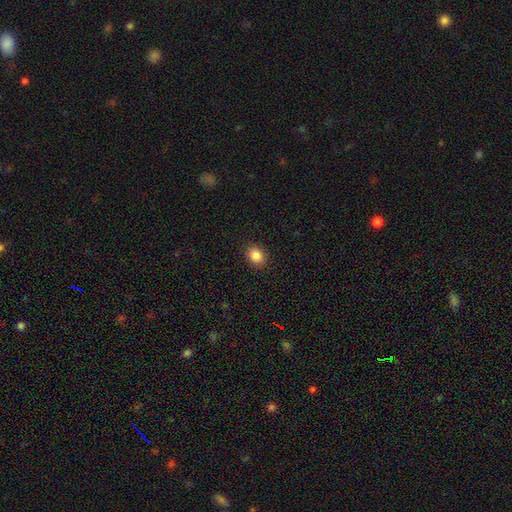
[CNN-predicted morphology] Overall: smooth (85%). How rounded: round (55%; in between 44%). Merging: none (91%).